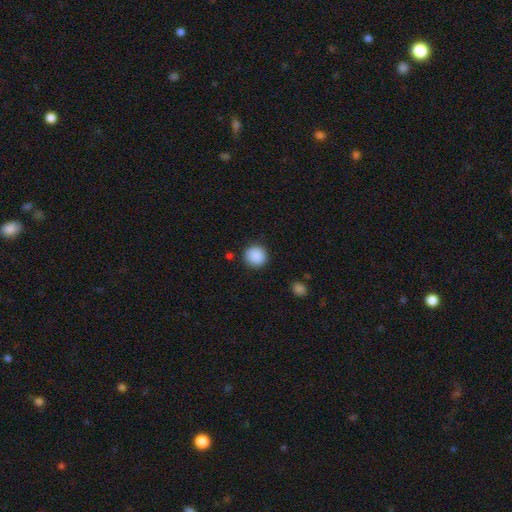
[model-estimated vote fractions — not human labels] Morphology: type=smooth (89%); roundness=round (94%); merging=none (90%).